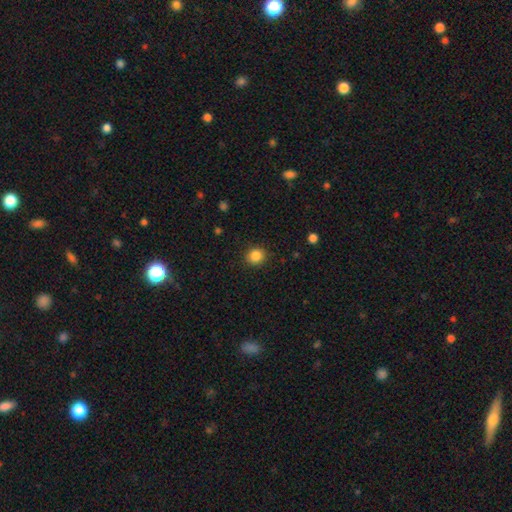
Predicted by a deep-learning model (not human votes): Smooth or featured: smooth — 86% (star or artifact — 10%)
How rounded: round — 85% (in between — 14%)
Merging: none — 89% (minor disturbance — 7%)